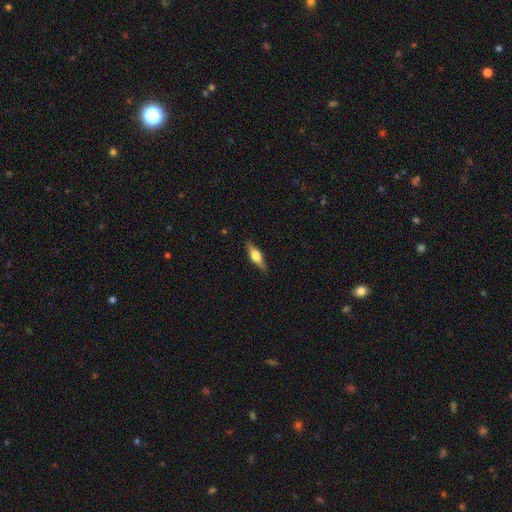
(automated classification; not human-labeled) The model was most divided on "smooth or featured": smooth: 48%, featured or disk: 46%, star or artifact: 6%. More confident: merging — none (87%).